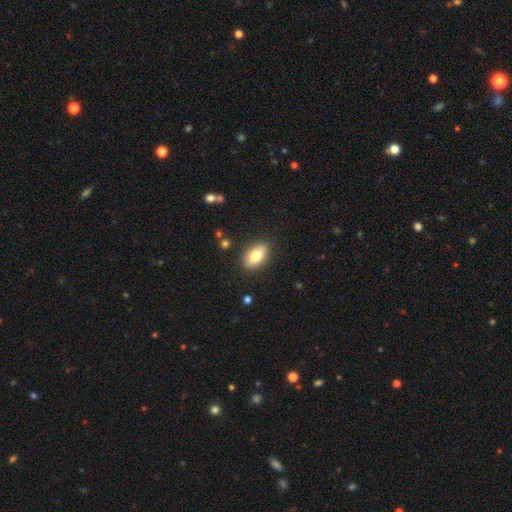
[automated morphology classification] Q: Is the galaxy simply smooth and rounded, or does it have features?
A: smooth — 75%.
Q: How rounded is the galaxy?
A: in between — 88%.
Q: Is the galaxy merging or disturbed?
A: none — 87%.